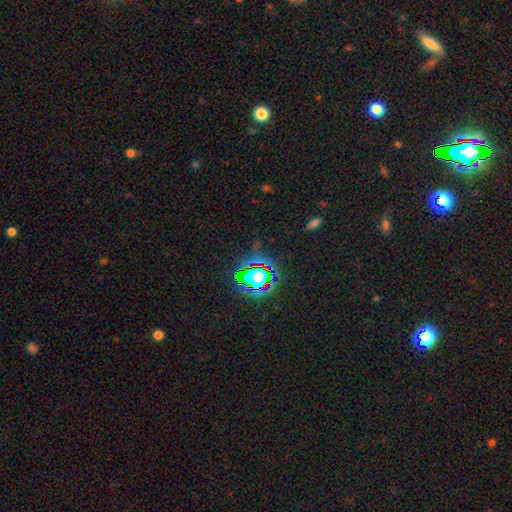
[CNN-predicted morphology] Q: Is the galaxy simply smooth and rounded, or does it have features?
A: star or artifact — 76%.